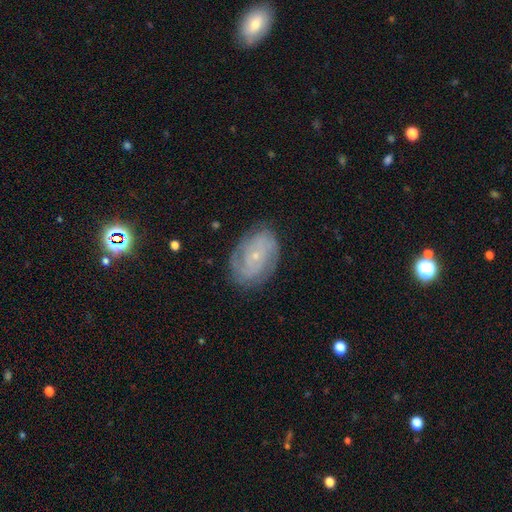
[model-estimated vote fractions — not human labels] smooth-or-featured: featured or disk: 75% | smooth: 18% | star or artifact: 8%
  disk-edge-on: no: 97% | yes: 3%
    bar: no: 72% | weak: 23% | strong: 5%
    has-spiral-arms: yes: 90% | no: 10%
      spiral-winding: tight: 63% | medium: 28% | loose: 8%
      spiral-arm-count: can't tell: 37% | 2: 35% | 3: 13% | 4: 6% | 1: 5% | more than 4: 5%
    bulge-size: small: 83% | moderate: 12% | none: 3% | large: 1% | dominant: 1%
  merging: none: 78% | minor disturbance: 16% | major disturbance: 5% | merger: 1%